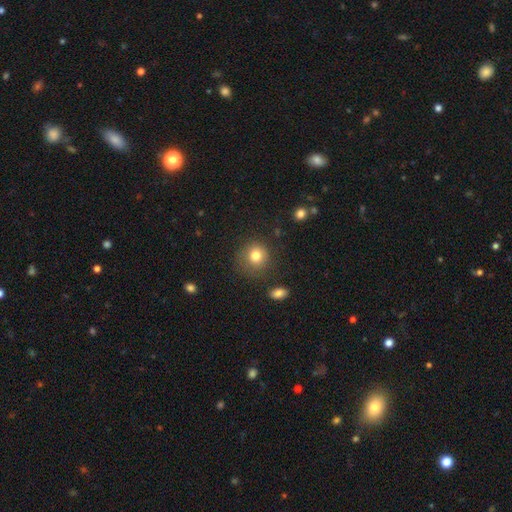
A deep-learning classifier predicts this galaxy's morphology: The model was most divided on "merging": none: 77%, minor disturbance: 15%, major disturbance: 6%, merger: 3%. More confident: how rounded — round (87%); smooth or featured — smooth (80%).